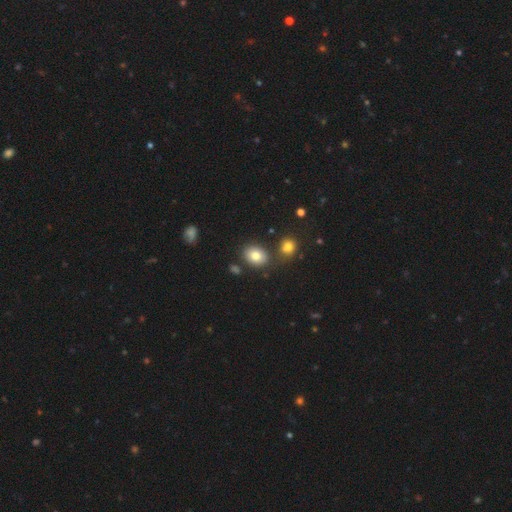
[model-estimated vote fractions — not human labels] Morphology: type=smooth (80%); roundness=in between (57%); merging=none (76%).